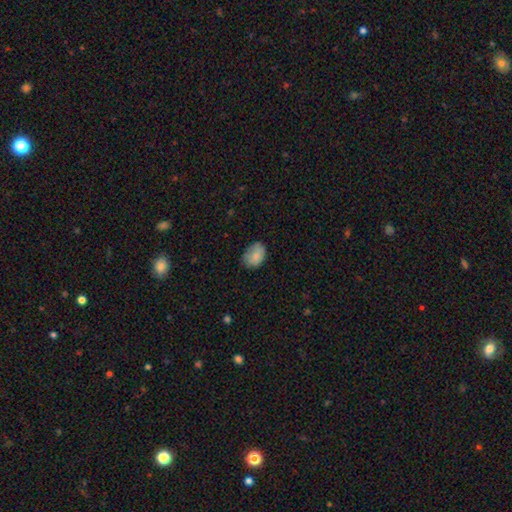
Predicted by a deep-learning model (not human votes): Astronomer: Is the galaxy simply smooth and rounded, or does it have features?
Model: smooth — 82%.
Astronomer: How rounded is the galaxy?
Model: in between — 72%.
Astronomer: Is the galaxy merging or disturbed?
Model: none — 62%.